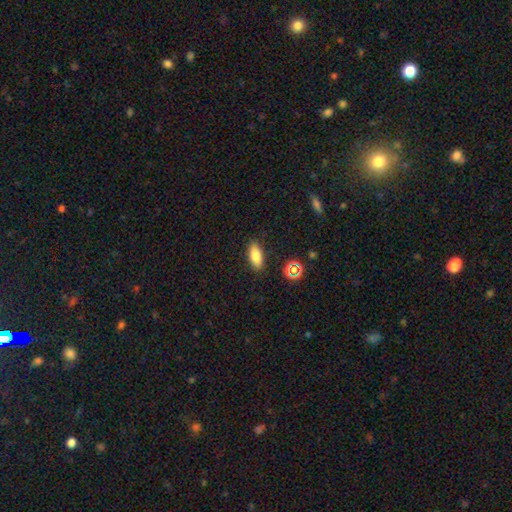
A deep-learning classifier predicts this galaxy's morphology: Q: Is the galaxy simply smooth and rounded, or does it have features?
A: smooth — 80%.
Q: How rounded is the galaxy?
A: in between — 81%.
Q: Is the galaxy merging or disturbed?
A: none — 87%.